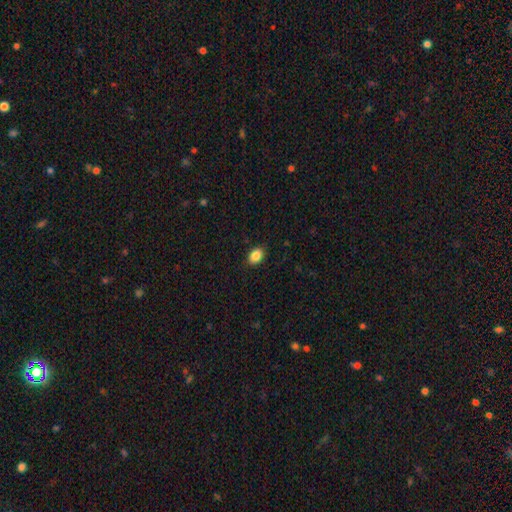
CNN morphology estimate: Overall: smooth (87%). How rounded: in between (75%). Merging: none (88%).